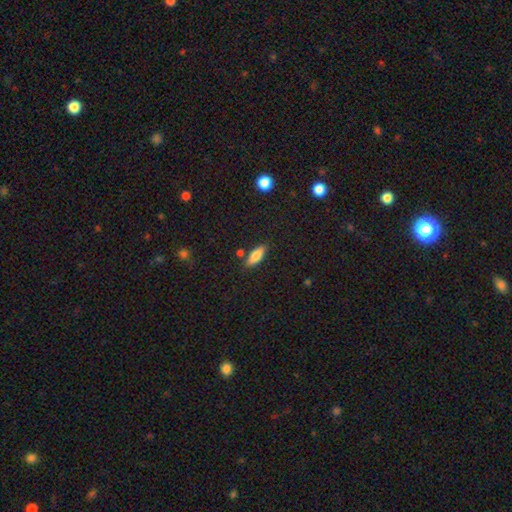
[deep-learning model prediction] This appears to be a smooth galaxy with no disk features (75%) that is in between round and cigar-shaped (70%). Merging: none (80%).